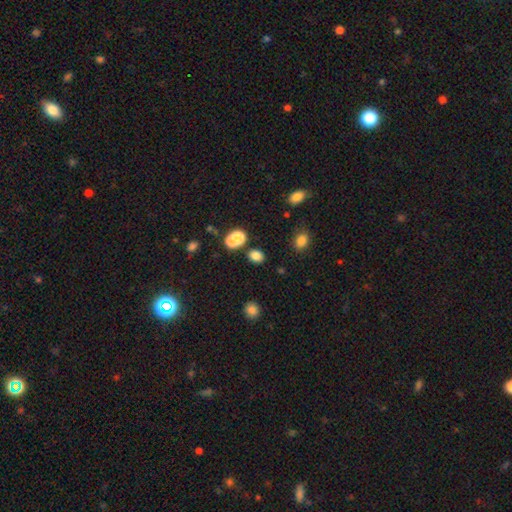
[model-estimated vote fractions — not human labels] This is likely a smooth galaxy (78%). How rounded: possibly round (50%). Merging: likely none (65%).